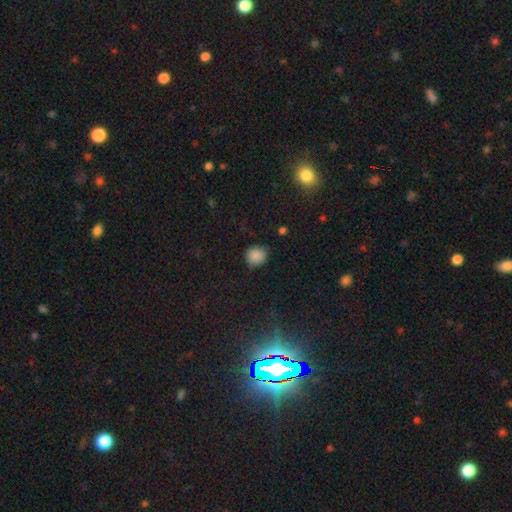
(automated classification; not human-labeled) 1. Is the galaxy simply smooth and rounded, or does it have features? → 86% smooth, 10% star or artifact, 4% featured or disk.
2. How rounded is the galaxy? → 85% round, 14% in between, 1% cigar-shaped.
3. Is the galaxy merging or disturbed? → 81% none, 15% minor disturbance, 3% major disturbance, 1% merger.